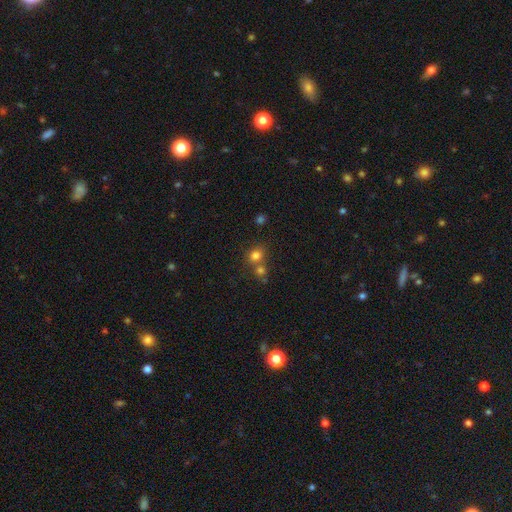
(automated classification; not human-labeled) This is likely a smooth galaxy (77%). How rounded: likely round (75%). Merging: possibly none (51%).